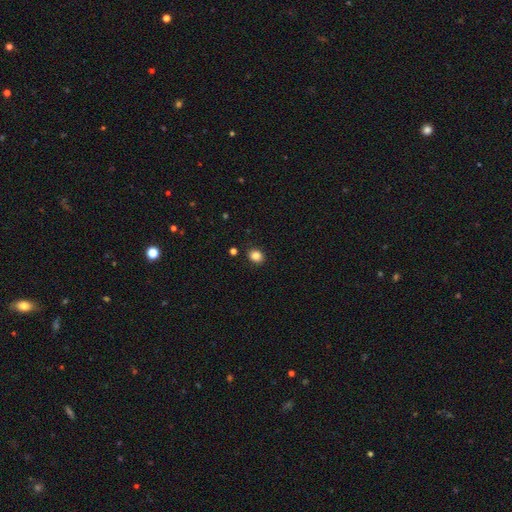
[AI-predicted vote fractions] Smooth or featured? Predicted: smooth (p=0.85). How rounded? Predicted: round (p=0.56). Merging? Predicted: none (p=0.88).